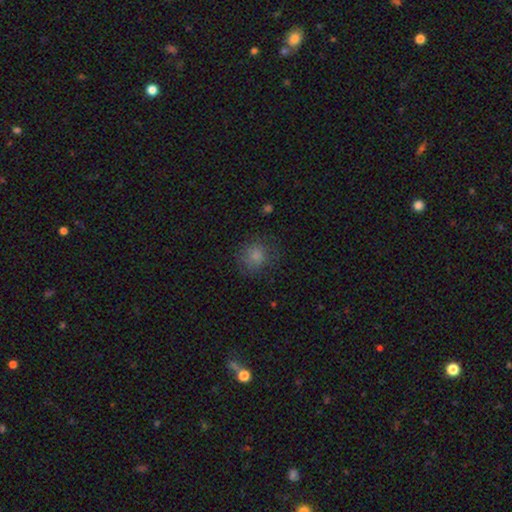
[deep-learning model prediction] This is clearly a smooth galaxy (82%). How rounded: clearly round (85%). Merging: likely none (77%).